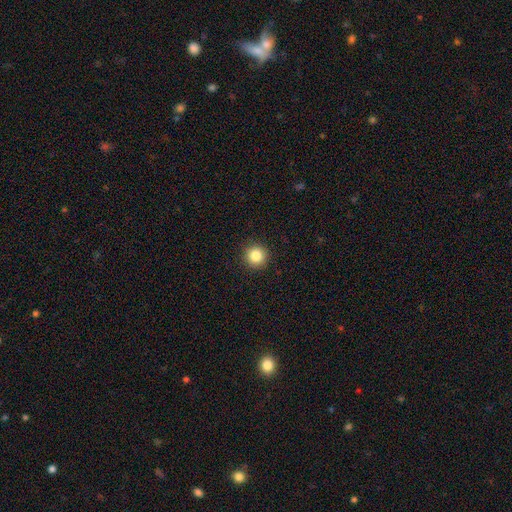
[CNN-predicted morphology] Overall: smooth (85%). How rounded: round (95%). Merging: none (92%).